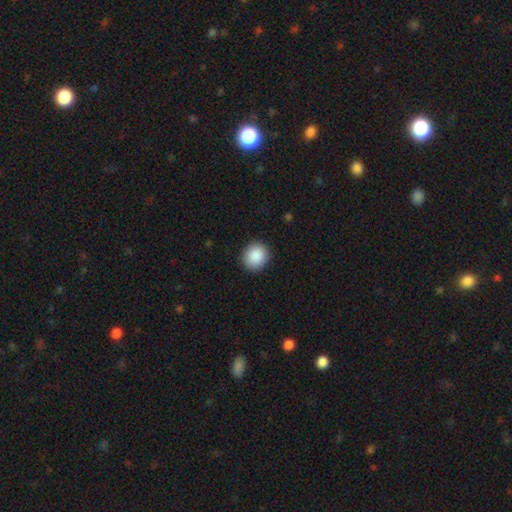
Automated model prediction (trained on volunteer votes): Overall: smooth (89%). How rounded: round (85%). Merging: none (91%).